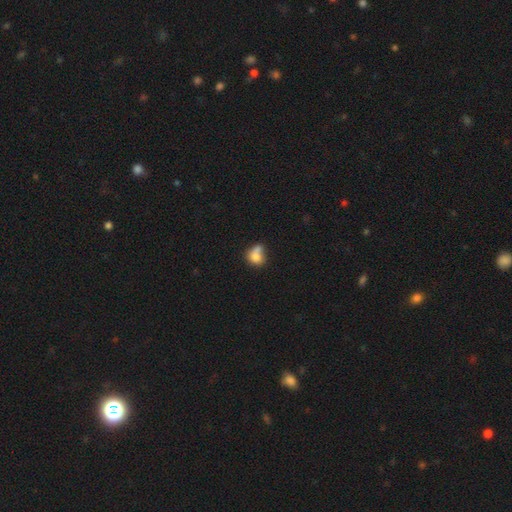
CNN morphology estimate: type=smooth (76%); roundness=round (55%); merging=merger (38%).